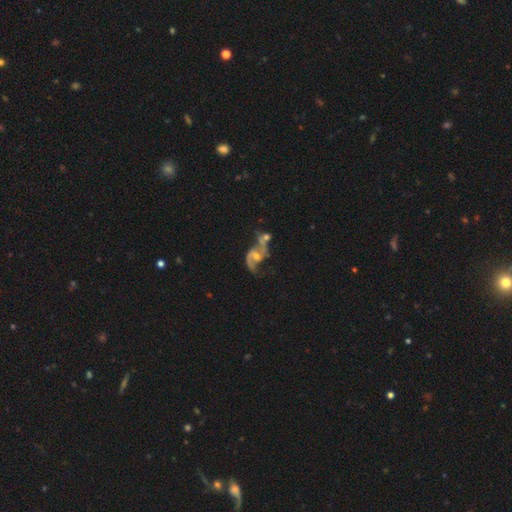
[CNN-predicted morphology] This is clearly a featured or disk galaxy (84%). It is clearly not viewed edge-on (97%). Bar: marginally no (44%). Spiral arm pattern: clearly yes (93%). Spiral arm count: clearly 2 (85%). Spiral winding: possibly loose (52%). Central bulge: possibly moderate (45%). Merging: marginally merger (41%).